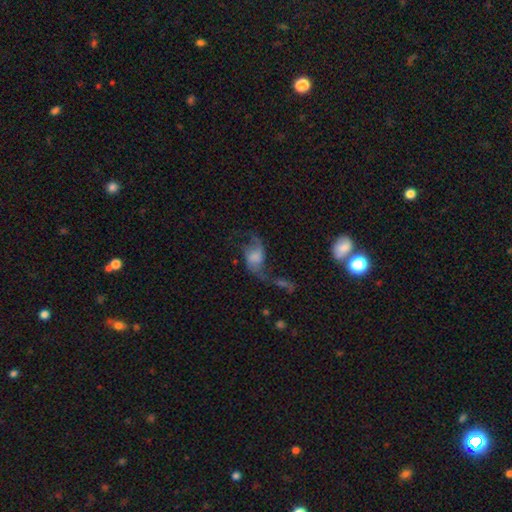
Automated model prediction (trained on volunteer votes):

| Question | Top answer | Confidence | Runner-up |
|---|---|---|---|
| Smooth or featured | featured or disk | 66% | smooth (23%) |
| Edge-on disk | no | 95% | yes (5%) |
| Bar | no | 57% | weak (34%) |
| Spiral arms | yes | 87% | no (13%) |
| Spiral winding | loose | 83% | medium (13%) |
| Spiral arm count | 2 | 87% | 1 (6%) |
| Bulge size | none | 31% | moderate (24%) |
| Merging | none | 40% | major disturbance (29%) |